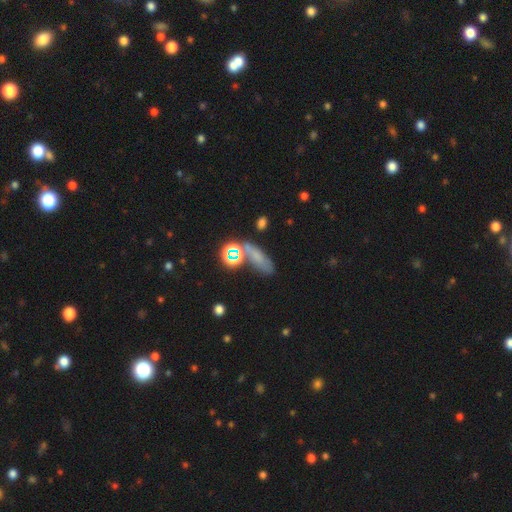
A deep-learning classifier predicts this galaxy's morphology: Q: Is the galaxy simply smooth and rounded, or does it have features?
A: smooth — 54%.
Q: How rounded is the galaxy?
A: in between — 47%.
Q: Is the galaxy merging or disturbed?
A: none — 52%.